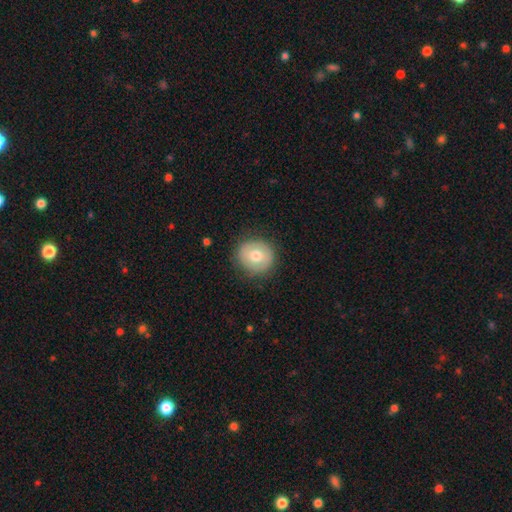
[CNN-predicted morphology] type=smooth (66%); roundness=round (88%); merging=none (86%).